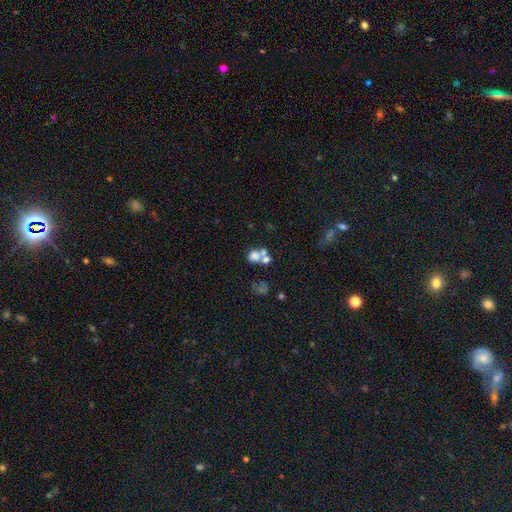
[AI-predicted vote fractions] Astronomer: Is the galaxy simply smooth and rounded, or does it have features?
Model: smooth — 65%.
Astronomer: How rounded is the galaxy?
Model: round — 69%.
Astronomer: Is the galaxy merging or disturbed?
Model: merger — 53% (runner-up: none, 32%).